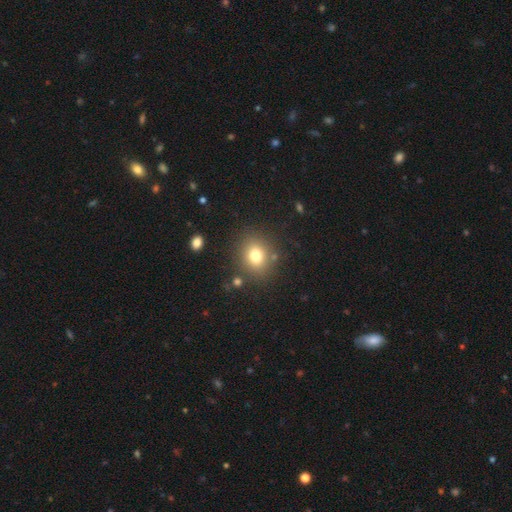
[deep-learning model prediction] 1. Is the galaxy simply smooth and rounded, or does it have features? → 76% smooth, 13% star or artifact, 10% featured or disk.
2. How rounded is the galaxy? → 70% round, 29% in between, 1% cigar-shaped.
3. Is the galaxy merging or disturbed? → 83% none, 9% minor disturbance, 4% merger, 4% major disturbance.